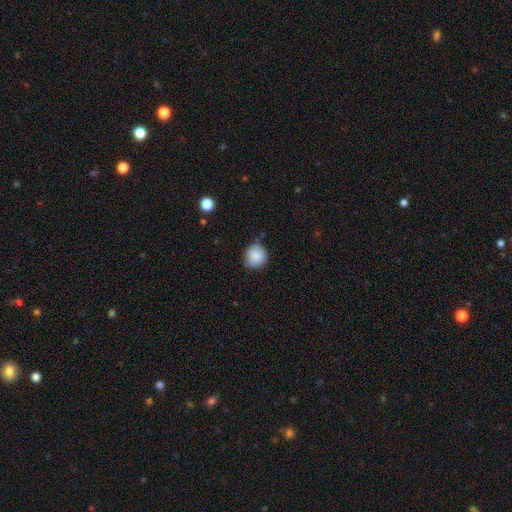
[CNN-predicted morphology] Smooth or featured? Predicted: smooth (p=0.84). How rounded? Predicted: round (p=0.84). Merging? Predicted: none (p=0.70).